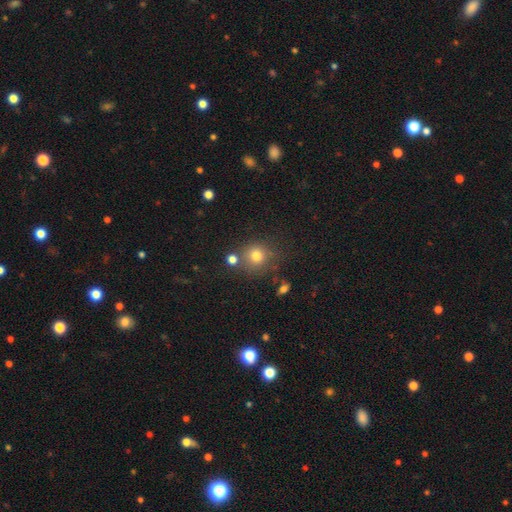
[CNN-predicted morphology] type=smooth (77%); roundness=round (90%); merging=none (71%).